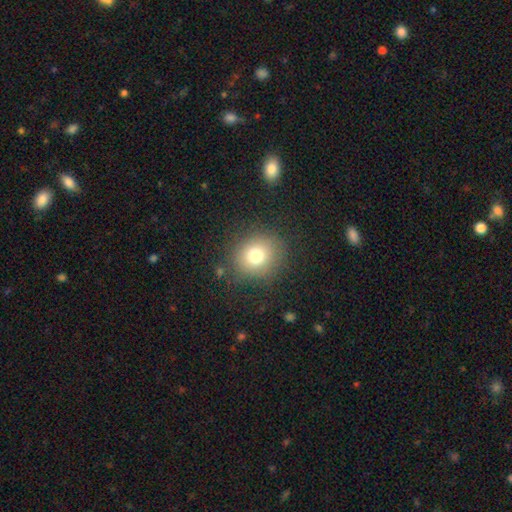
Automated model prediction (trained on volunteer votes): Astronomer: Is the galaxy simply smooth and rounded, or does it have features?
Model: smooth — 75%.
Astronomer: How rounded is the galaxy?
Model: round — 82%.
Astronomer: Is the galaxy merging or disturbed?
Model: none — 84%.